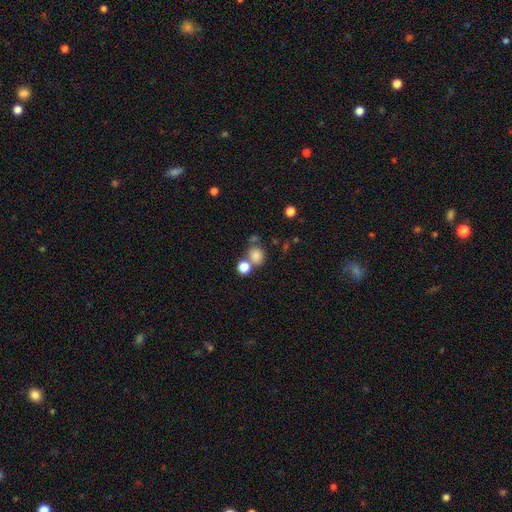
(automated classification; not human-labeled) Morphology: type=smooth (80%); roundness=round (79%); merging=none (56%).